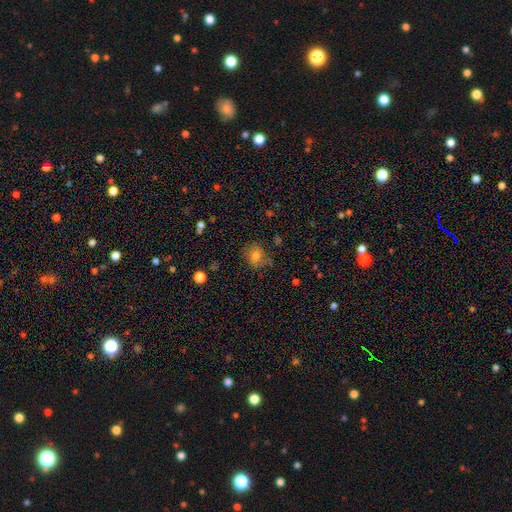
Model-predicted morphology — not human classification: A smooth galaxy with no disk features (74%) that is round (74%).

Vote fractions:
- Smooth or featured? smooth: 74% / star or artifact: 13% / featured or disk: 13%
- How rounded? round: 74% / in between: 25% / cigar-shaped: 1%
- Merging? none: 72% / minor disturbance: 19% / major disturbance: 6% / merger: 3%